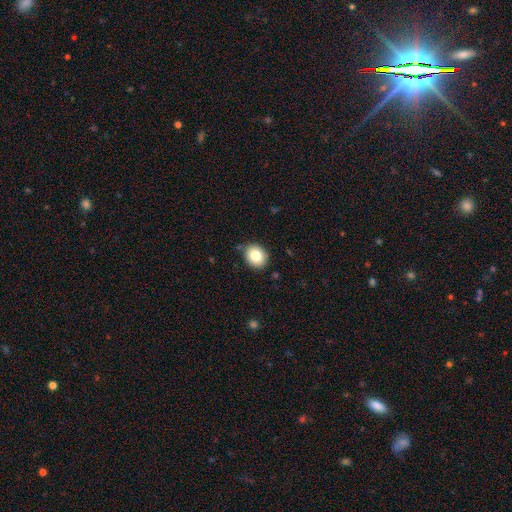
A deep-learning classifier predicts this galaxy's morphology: Q: Smooth or featured?
A: smooth (81%); runner-up: featured or disk (10%)
Q: How rounded?
A: round (69%); runner-up: in between (30%)
Q: Merging?
A: none (84%); runner-up: minor disturbance (11%)